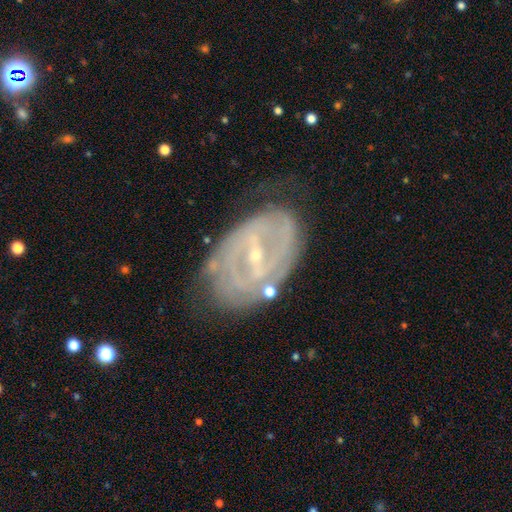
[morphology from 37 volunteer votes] Smooth or featured?
  - featured or disk: 92% *
  - smooth: 5%
  - star or artifact: 3%
Edge-on disk?
  - no: 91% *
  - yes: 9%
Bar?
  - strong: 81% *
  - weak: 19%
  - no: 0%
Spiral arms?
  - yes: 97% *
  - no: 3%
Spiral winding?
  - tight: 77% *
  - medium: 13%
  - loose: 10%
Spiral arm count?
  - 2: 43% * (tied)
  - can't tell: 43% * (tied)
  - 4: 7%
  - 3: 3%
  - more than 4: 3%
  - 1: 0%
Bulge size?
  - small: 71% *
  - moderate: 26%
  - large: 3%
  - dominant: 0%
  - none: 0%
Merging?
  - none: 53% *
  - minor disturbance: 28%
  - major disturbance: 19%
  - merger: 0%